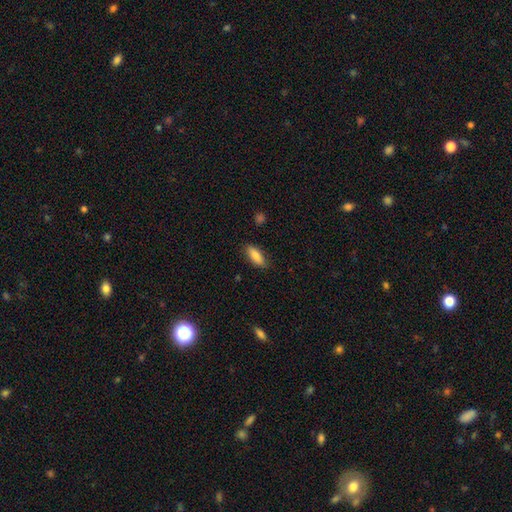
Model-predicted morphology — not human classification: Overall: smooth (85%). How rounded: in between (75%). Merging: none (84%).